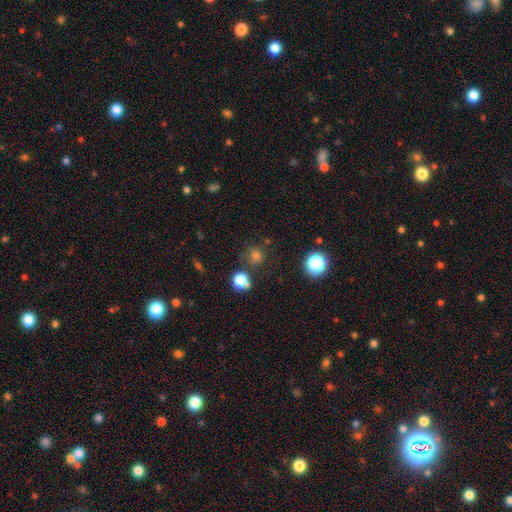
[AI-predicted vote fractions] Smooth or featured: smooth — 69% (star or artifact — 25%)
How rounded: round — 91% (in between — 8%)
Merging: none — 77% (minor disturbance — 10%)